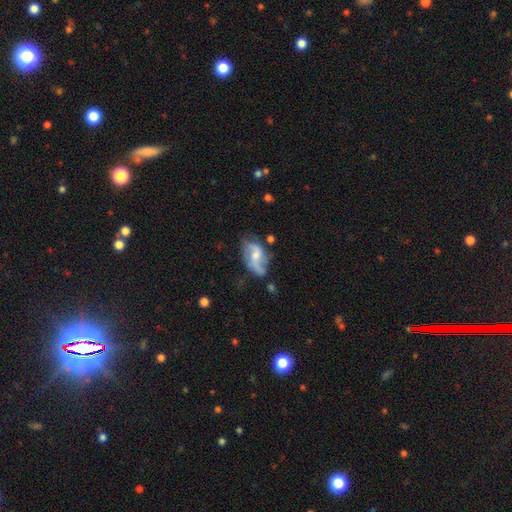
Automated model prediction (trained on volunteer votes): Smooth or featured? featured or disk (59%)
Edge-on disk? no (95%)
Bar? no (52%)
Spiral arms? yes (76%)
Bulge size? moderate (51%)
Merging? none (43%)